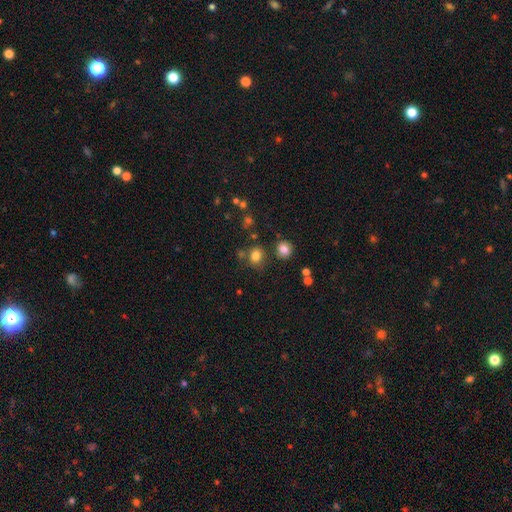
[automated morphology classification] Smooth or featured? smooth (79%)
How rounded? round (70%)
Merging? none (75%)